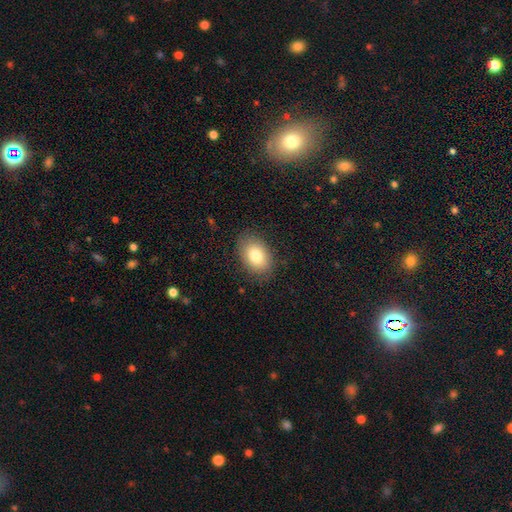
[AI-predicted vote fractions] Morphology: type=smooth (80%); roundness=in between (84%); merging=none (83%).